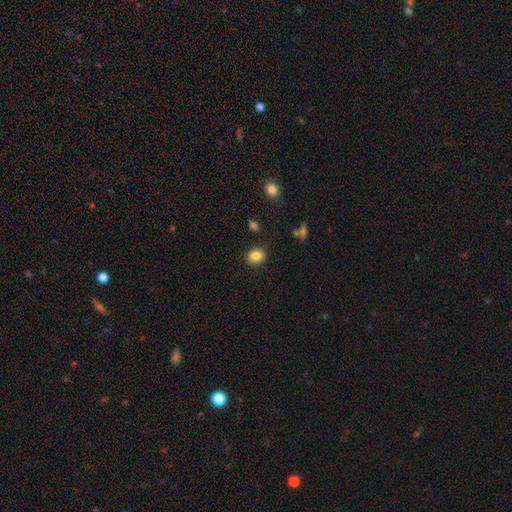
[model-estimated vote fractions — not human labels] smooth_or_featured: smooth (p=0.85) [alt: star or artifact p=0.10]
how_rounded: round (p=0.61) [alt: in between p=0.38]
merging: none (p=0.85) [alt: minor disturbance p=0.10]